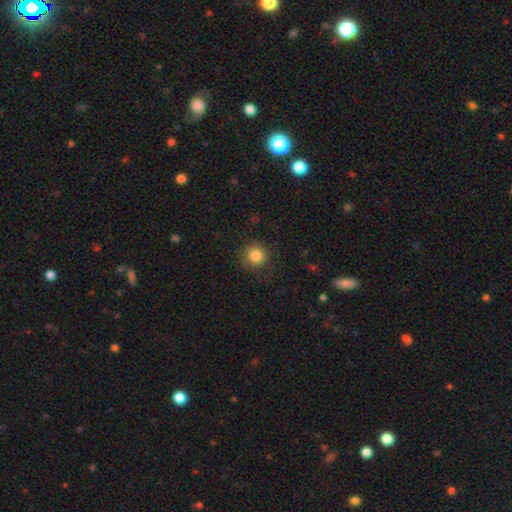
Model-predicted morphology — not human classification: smooth_or_featured: smooth (p=0.85) [alt: star or artifact p=0.11]
how_rounded: round (p=0.94) [alt: in between p=0.05]
merging: none (p=0.87) [alt: minor disturbance p=0.08]